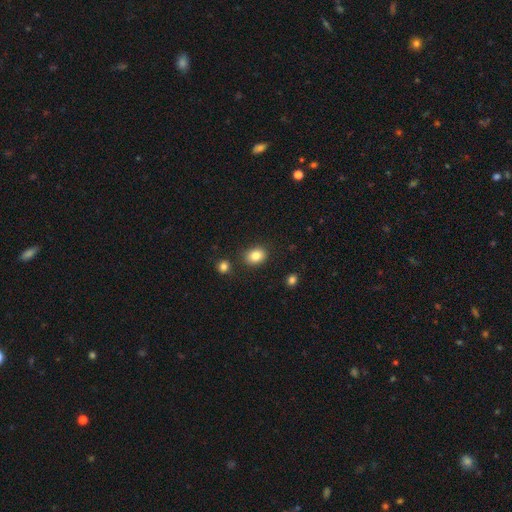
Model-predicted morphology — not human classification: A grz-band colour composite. It shows a smooth galaxy with no disk features (84%) that is in between round and cigar-shaped (61%). Merging: none (82%).